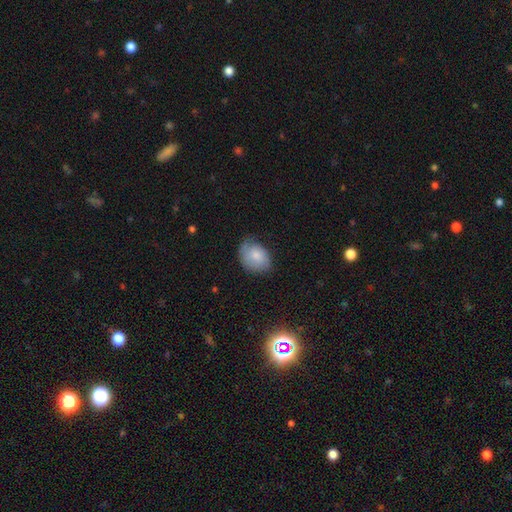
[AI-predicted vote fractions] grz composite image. It shows a smooth galaxy with no disk features (73%) that is in between round and cigar-shaped (64%). Merging: none (55%).